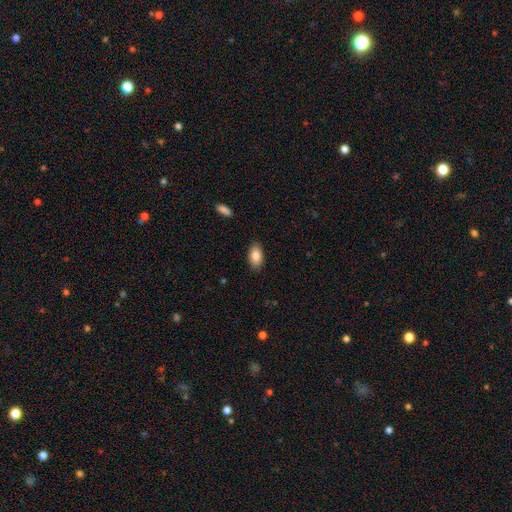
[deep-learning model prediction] Smooth or featured: smooth — 84% (featured or disk — 9%)
How rounded: in between — 93% (round — 4%)
Merging: none — 87% (minor disturbance — 10%)